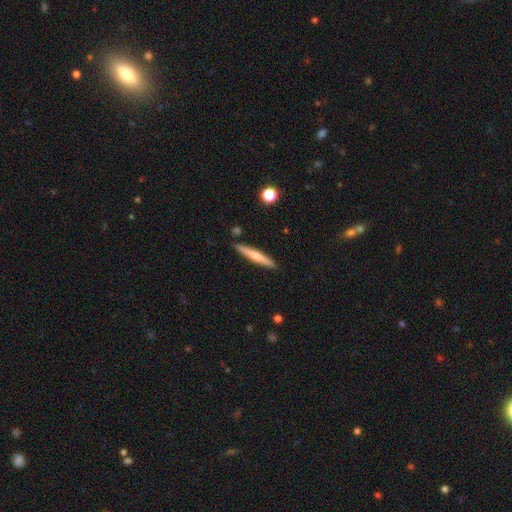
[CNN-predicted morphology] type=smooth (56%); roundness=cigar-shaped (94%); merging=none (88%).